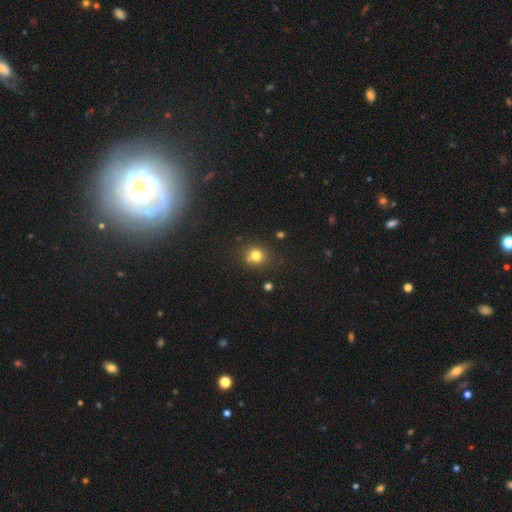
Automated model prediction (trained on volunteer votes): smooth-or-featured: smooth: 77% | star or artifact: 15% | featured or disk: 8%
  how-rounded: round: 81% | in between: 18% | cigar-shaped: 1%
  merging: none: 71% | minor disturbance: 13% | merger: 11% | major disturbance: 4%